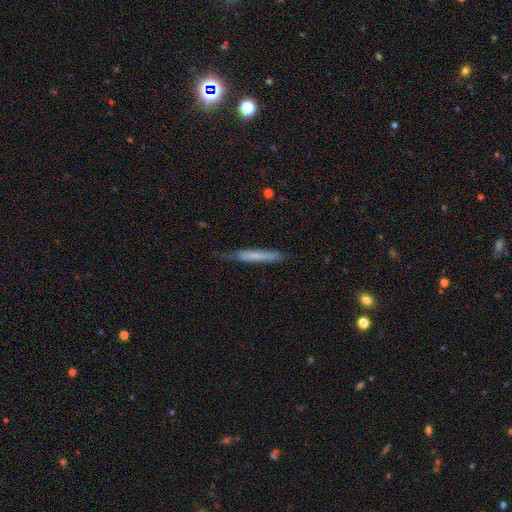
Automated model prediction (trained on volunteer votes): A smooth galaxy with no disk features (62%) that is cigar-shaped (95%). Merging: none (64%).